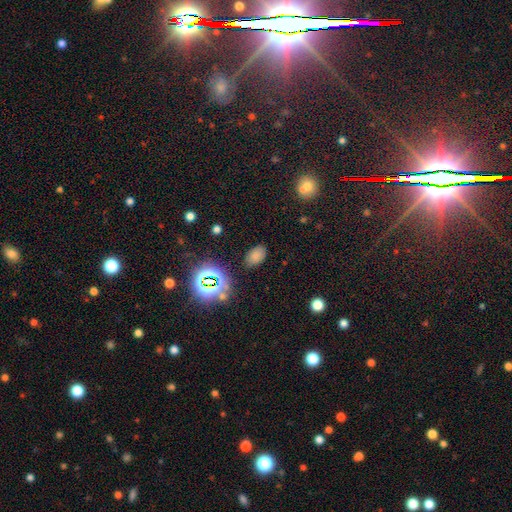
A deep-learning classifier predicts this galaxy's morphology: A smooth galaxy with no disk features (71%) that is in between round and cigar-shaped (88%).

Vote fractions:
- Smooth or featured? smooth: 71% / star or artifact: 22% / featured or disk: 7%
- How rounded? in between: 88% / round: 11% / cigar-shaped: 1%
- Merging? none: 82% / minor disturbance: 12% / major disturbance: 4% / merger: 2%